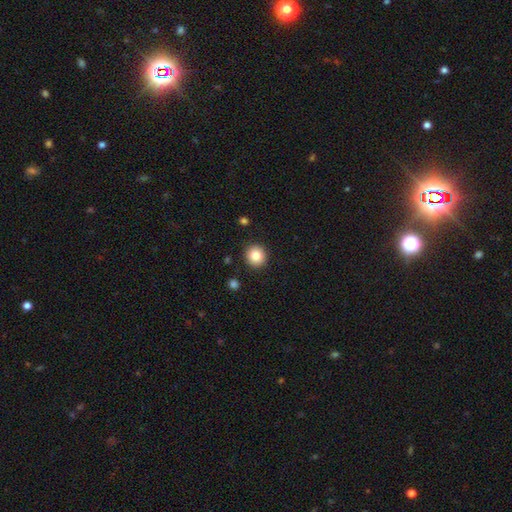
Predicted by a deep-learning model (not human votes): A smooth galaxy with no disk features (84%) that is round (92%).

Vote fractions:
- Smooth or featured? smooth: 84% / star or artifact: 10% / featured or disk: 7%
- How rounded? round: 92% / in between: 7% / cigar-shaped: 1%
- Merging? none: 91% / minor disturbance: 6% / major disturbance: 2% / merger: 1%